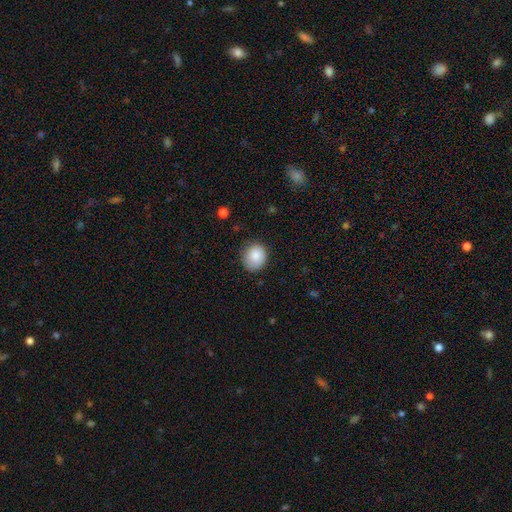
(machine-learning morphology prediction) Smooth or featured? smooth (85%)
How rounded? round (71%)
Merging? none (76%)